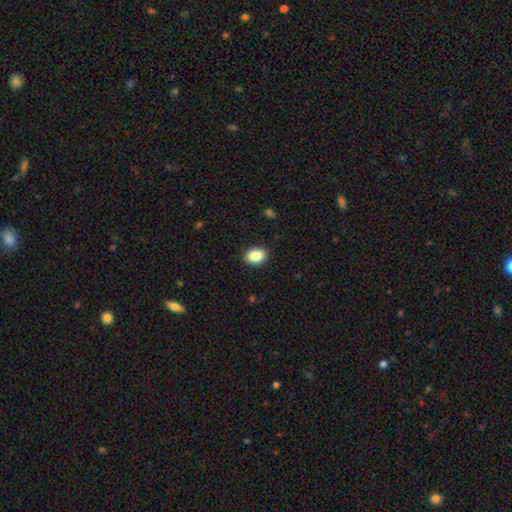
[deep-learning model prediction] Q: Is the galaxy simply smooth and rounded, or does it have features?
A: smooth — 87%.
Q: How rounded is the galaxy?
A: in between — 70%.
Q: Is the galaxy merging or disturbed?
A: none — 89%.